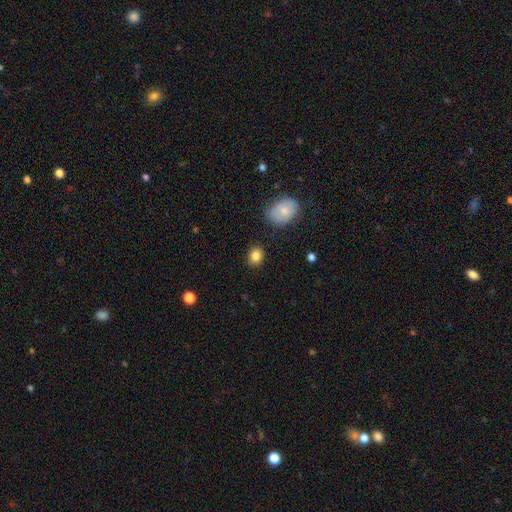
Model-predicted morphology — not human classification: Smooth or featured? smooth (85%)
How rounded? round (60%)
Merging? none (87%)